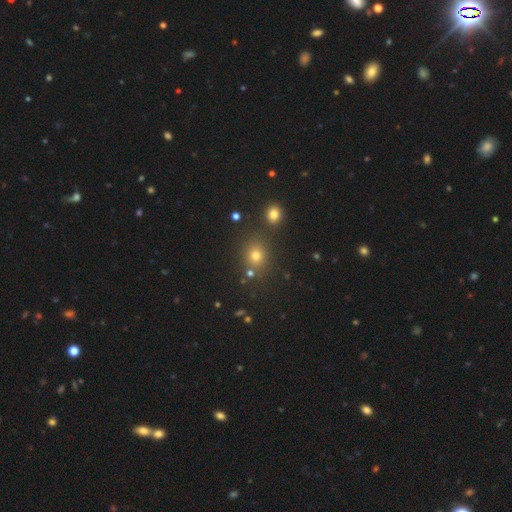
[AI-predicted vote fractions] smooth_or_featured: smooth (p=0.70) [alt: star or artifact p=0.22]
how_rounded: round (p=0.77) [alt: in between p=0.22]
merging: none (p=0.78) [alt: merger p=0.10]